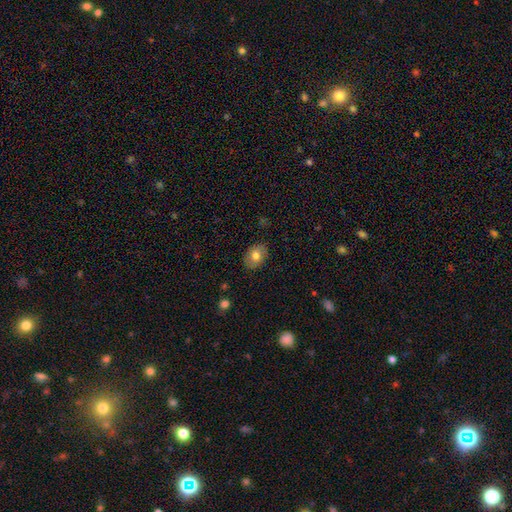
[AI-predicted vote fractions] Smooth or featured: smooth — 77% (featured or disk — 15%)
How rounded: in between — 72% (round — 27%)
Merging: none — 87% (minor disturbance — 10%)